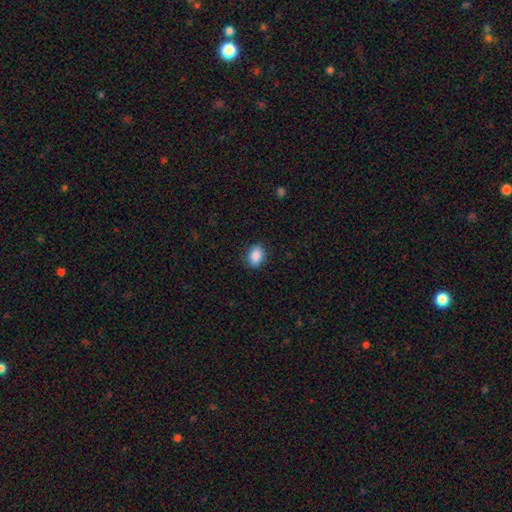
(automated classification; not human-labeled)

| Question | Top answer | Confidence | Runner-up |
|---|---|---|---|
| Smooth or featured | smooth | 88% | star or artifact (8%) |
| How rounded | in between | 78% | round (21%) |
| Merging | none | 88% | minor disturbance (9%) |